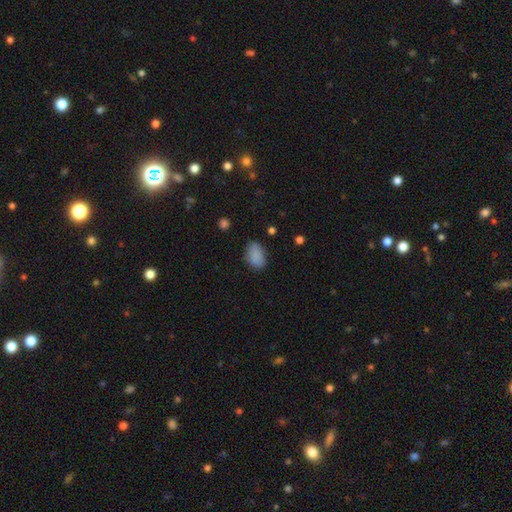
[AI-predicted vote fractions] Q: Smooth or featured?
A: smooth (87%); runner-up: star or artifact (8%)
Q: How rounded?
A: in between (88%); runner-up: round (11%)
Q: Merging?
A: none (79%); runner-up: minor disturbance (16%)